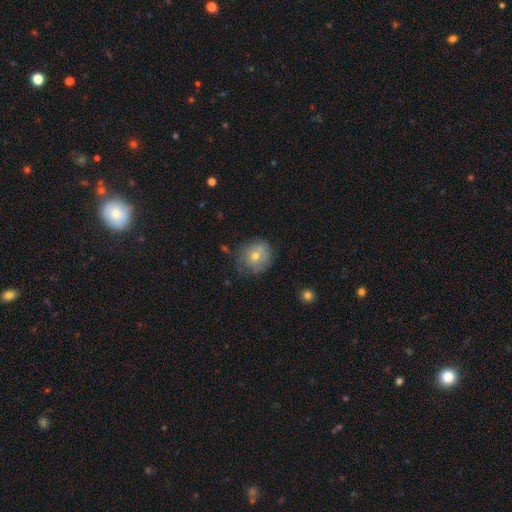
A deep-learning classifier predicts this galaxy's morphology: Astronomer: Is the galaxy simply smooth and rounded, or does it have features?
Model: smooth — 56% (runner-up: featured or disk, 33%).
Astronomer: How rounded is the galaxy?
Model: round — 87%.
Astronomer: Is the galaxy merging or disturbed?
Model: none — 71%.